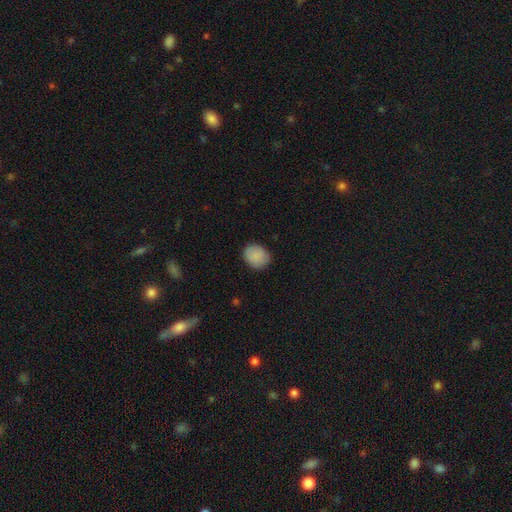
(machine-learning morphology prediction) A smooth galaxy with no disk features (88%) that is round (60%).

Vote fractions:
- Smooth or featured? smooth: 88% / star or artifact: 8% / featured or disk: 4%
- How rounded? round: 60% / in between: 39% / cigar-shaped: 1%
- Merging? none: 84% / minor disturbance: 12% / major disturbance: 2% / merger: 1%